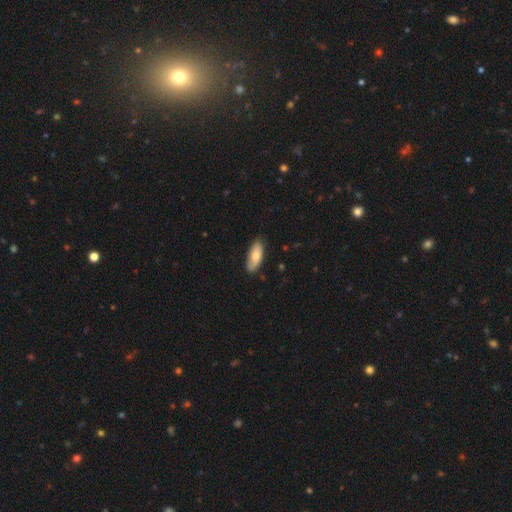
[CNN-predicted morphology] Q: Smooth or featured?
A: smooth (76%); runner-up: featured or disk (19%)
Q: How rounded?
A: in between (79%); runner-up: cigar-shaped (19%)
Q: Merging?
A: none (80%); runner-up: minor disturbance (17%)